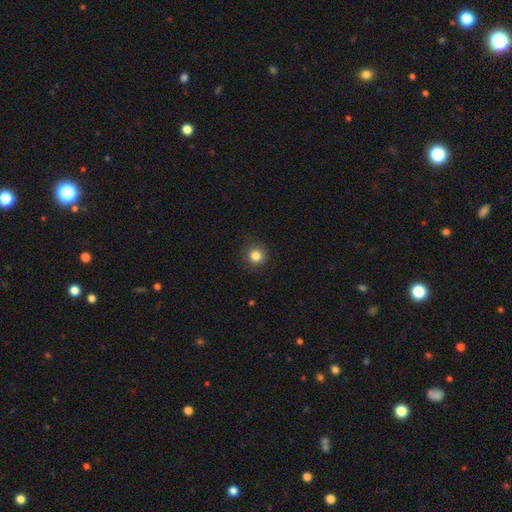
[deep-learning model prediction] This is clearly a smooth galaxy (84%). How rounded: clearly round (93%). Merging: clearly none (90%).